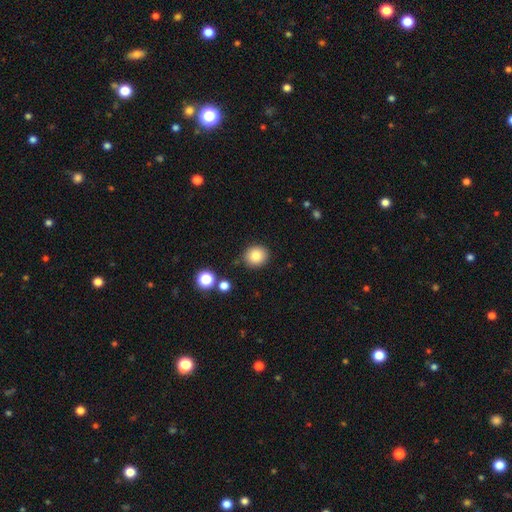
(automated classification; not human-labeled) Overall: smooth (83%). How rounded: round (80%). Merging: none (87%).